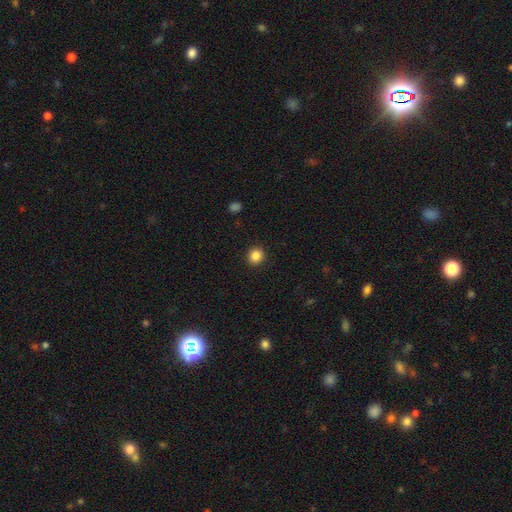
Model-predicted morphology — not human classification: This appears to be a smooth galaxy with no disk features (86%) that is round (88%). Merging: none (92%).